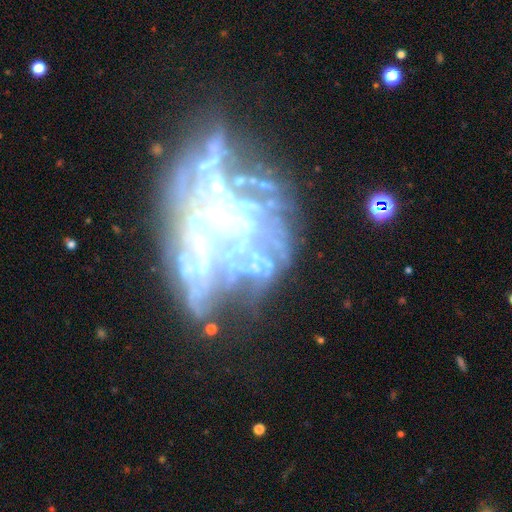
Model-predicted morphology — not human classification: Smooth or featured?
  - featured or disk: 65% *
  - star or artifact: 25%
  - smooth: 11%
Edge-on disk?
  - no: 96% *
  - yes: 4%
Bar?
  - no: 74% *
  - weak: 15%
  - strong: 12%
Spiral arms?
  - no: 65% *
  - yes: 35%
Bulge size?
  - none: 51% *
  - moderate: 22%
  - small: 21%
  - large: 4%
  - dominant: 3%
Merging?
  - merger: 38% *
  - none: 26%
  - major disturbance: 25%
  - minor disturbance: 11%